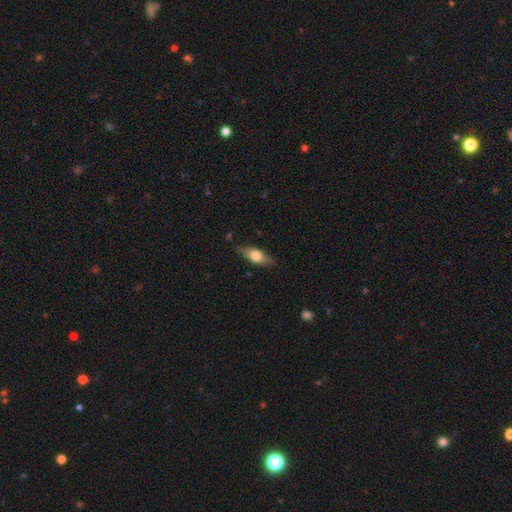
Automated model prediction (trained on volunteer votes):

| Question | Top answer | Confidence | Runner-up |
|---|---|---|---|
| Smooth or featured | smooth | 58% | featured or disk (35%) |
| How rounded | in between | 70% | cigar-shaped (25%) |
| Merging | none | 78% | minor disturbance (17%) |